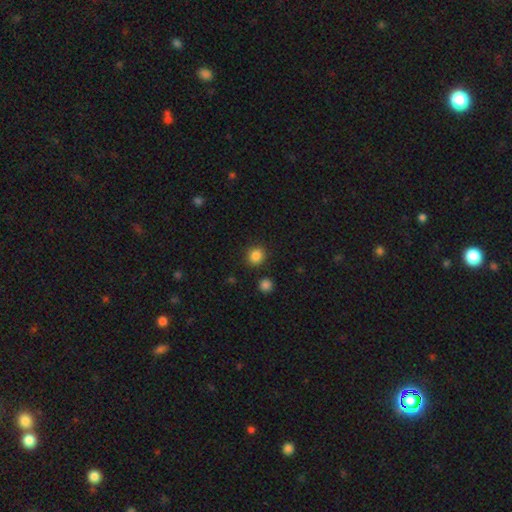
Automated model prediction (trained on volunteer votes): Smooth or featured? Predicted: smooth (p=0.85). How rounded? Predicted: round (p=0.85). Merging? Predicted: none (p=0.87).